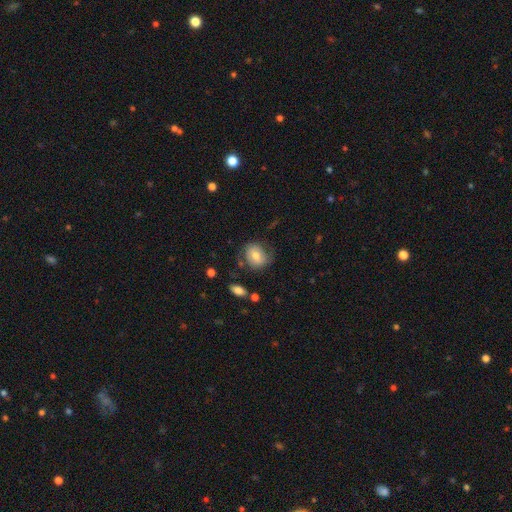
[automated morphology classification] This appears to be a smooth galaxy with no disk features (62%) that is round (62%). Merging: none (65%).